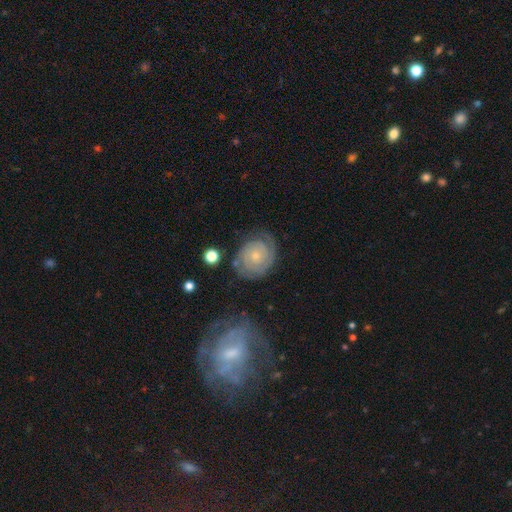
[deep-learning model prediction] Overall: featured or disk (82%). Edge-on disk: no (98%). Bar: no (79%). Spiral arms: yes (96%). Spiral arm count: 2 (57%; can't tell 20%). Spiral winding: tight (78%). Bulge size: small (71%). Merging: none (75%).